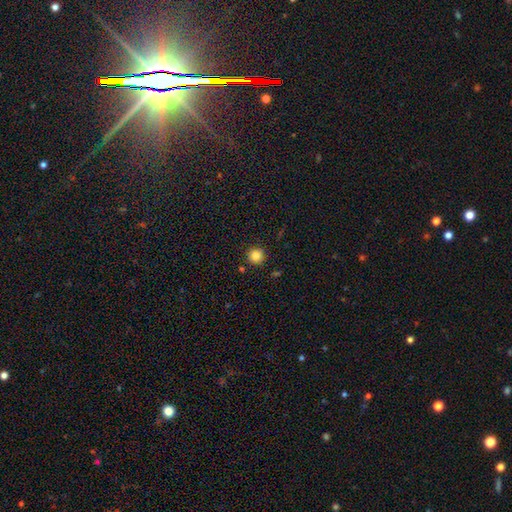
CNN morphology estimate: A smooth galaxy with no disk features (84%) that is round (95%). Merging: none (89%).